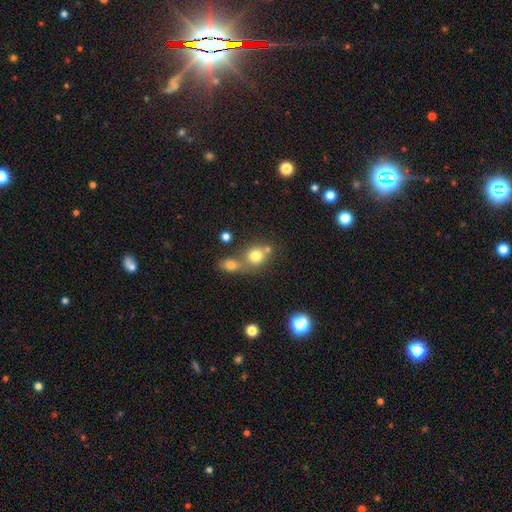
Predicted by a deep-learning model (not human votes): The model was most divided on "merging": merger: 44%, none: 43%, minor disturbance: 9%, major disturbance: 4%. More confident: smooth or featured — smooth (77%); how rounded — round (77%).